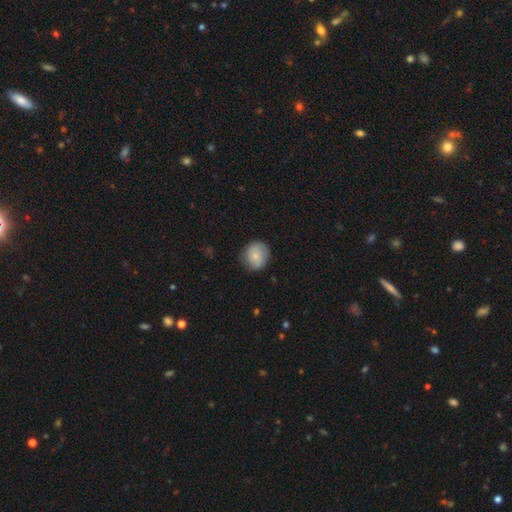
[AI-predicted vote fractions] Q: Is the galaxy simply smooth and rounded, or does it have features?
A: smooth — 69%.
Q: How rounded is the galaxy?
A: round — 84%.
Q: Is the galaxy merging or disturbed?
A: none — 78%.